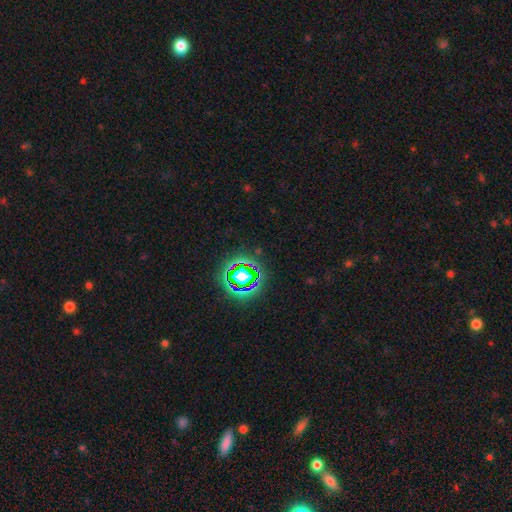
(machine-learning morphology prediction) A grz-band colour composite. It shows a star or artifact, not a galaxy (77%).